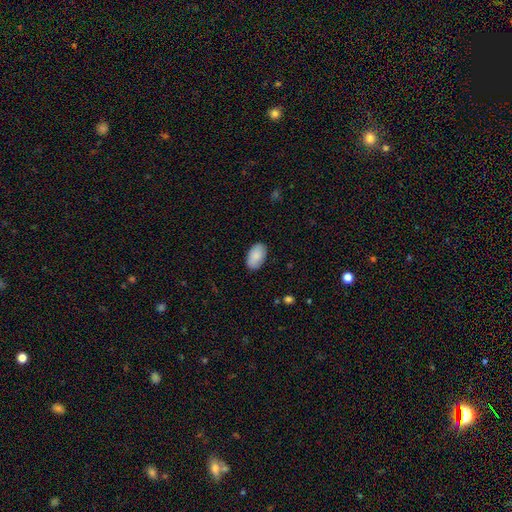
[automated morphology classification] Smooth or featured?
  - smooth: 87% *
  - featured or disk: 7%
  - star or artifact: 6%
How rounded?
  - in between: 94% *
  - round: 4%
  - cigar-shaped: 1%
Merging?
  - none: 87% *
  - minor disturbance: 10%
  - major disturbance: 2%
  - merger: 1%